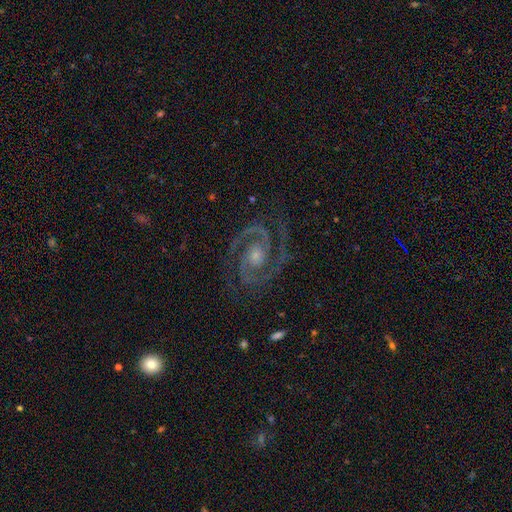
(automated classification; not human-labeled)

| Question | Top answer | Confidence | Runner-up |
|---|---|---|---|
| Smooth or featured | featured or disk | 94% | star or artifact (4%) |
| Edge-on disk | no | 98% | yes (2%) |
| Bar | no | 65% | weak (25%) |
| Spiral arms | yes | 99% | no (1%) |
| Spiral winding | medium | 48% | tight (47%) |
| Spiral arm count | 2 | 93% | 3 (2%) |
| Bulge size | small | 53% | moderate (39%) |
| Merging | none | 82% | minor disturbance (12%) |